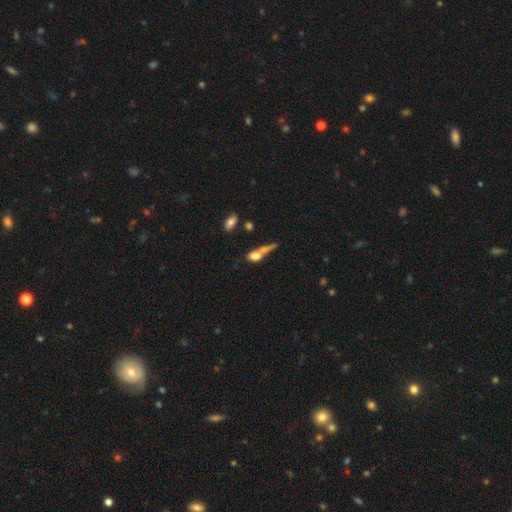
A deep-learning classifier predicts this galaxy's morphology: type=smooth (64%); roundness=in between (55%); merging=merger (45%).